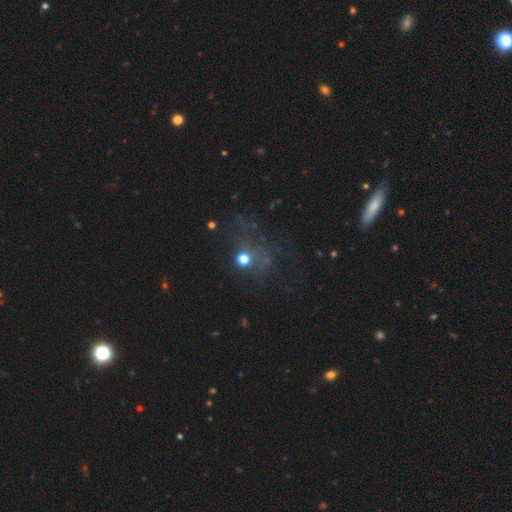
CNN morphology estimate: The model was most divided on "smooth or featured": star or artifact: 40%, smooth: 37%, featured or disk: 22%.